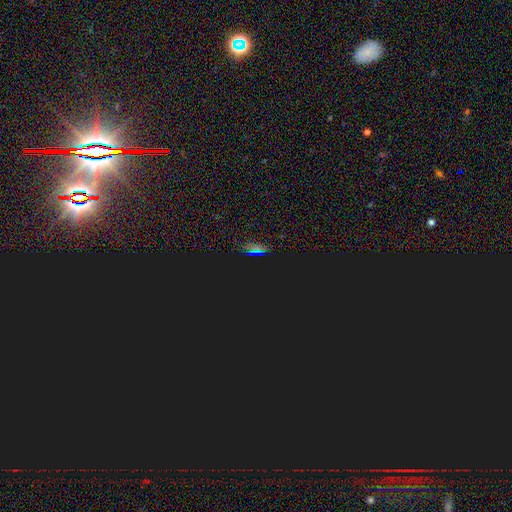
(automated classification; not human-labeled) Smooth or featured? Predicted: star or artifact (p=0.68).